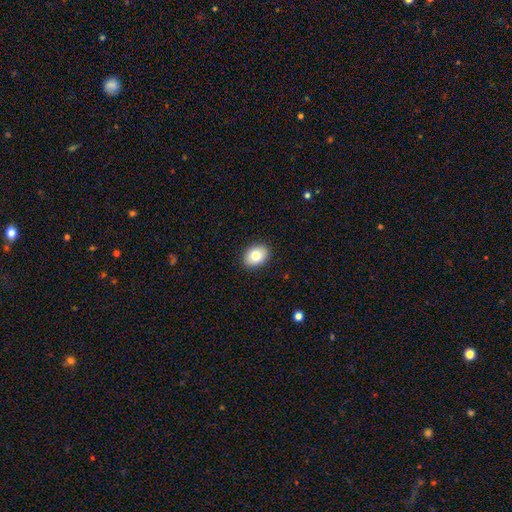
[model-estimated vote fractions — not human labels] Smooth or featured? smooth (81%)
How rounded? in between (71%)
Merging? none (90%)